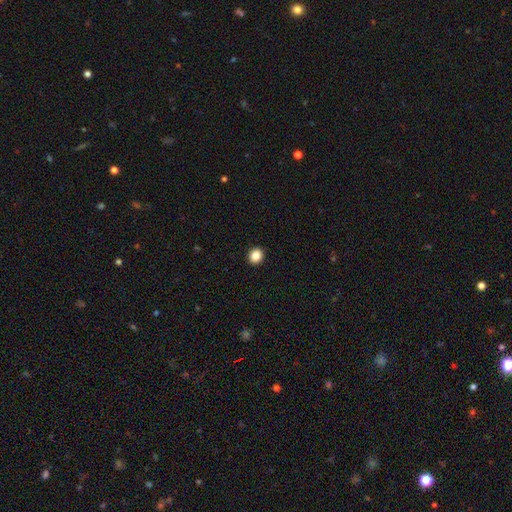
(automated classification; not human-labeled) Smooth or featured: smooth — 86% (star or artifact — 10%)
How rounded: round — 82% (in between — 17%)
Merging: none — 93% (minor disturbance — 5%)